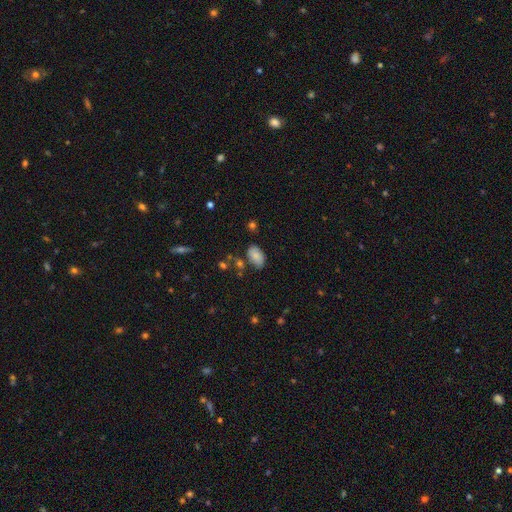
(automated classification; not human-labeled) Smooth or featured? Predicted: smooth (p=0.81). How rounded? Predicted: in between (p=0.93). Merging? Predicted: none (p=0.72).